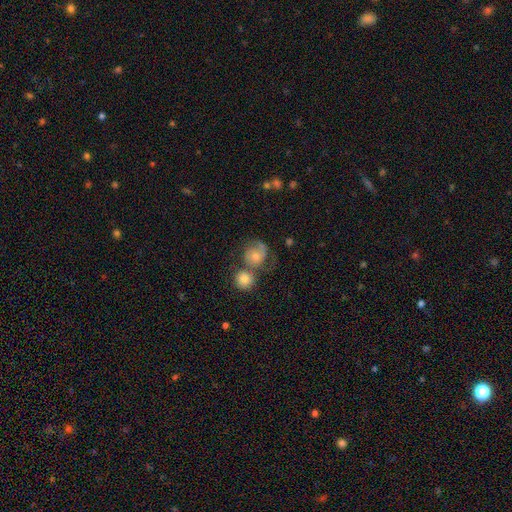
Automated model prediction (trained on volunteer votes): Smooth or featured? Predicted: smooth (p=0.47). Merging? Predicted: none (p=0.35).